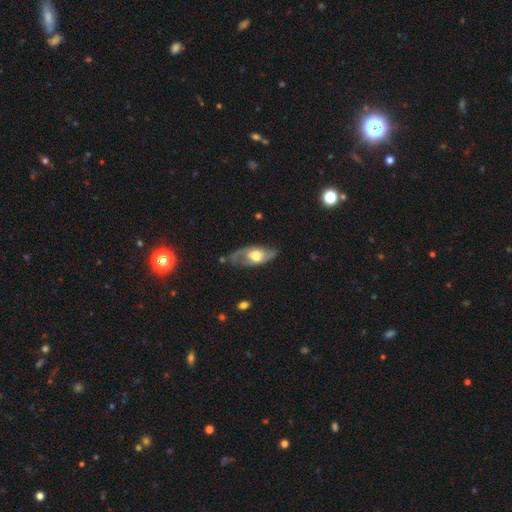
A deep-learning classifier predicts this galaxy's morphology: smooth-or-featured: featured or disk: 70% | smooth: 24% | star or artifact: 6%
  disk-edge-on: no: 87% | yes: 13%
    bar: no: 54% | weak: 36% | strong: 10%
    has-spiral-arms: yes: 78% | no: 22%
    bulge-size: moderate: 54% | large: 34% | small: 8% | dominant: 2% | none: 2%
  merging: none: 58% | minor disturbance: 26% | major disturbance: 13% | merger: 3%